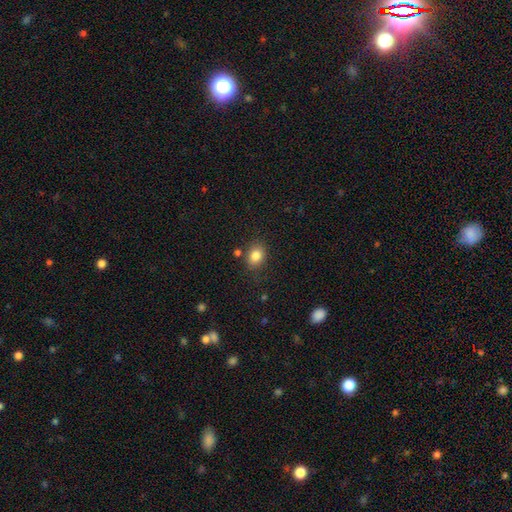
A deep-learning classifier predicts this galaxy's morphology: Smooth or featured? Predicted: smooth (p=0.83). How rounded? Predicted: in between (p=0.53). Merging? Predicted: none (p=0.80).